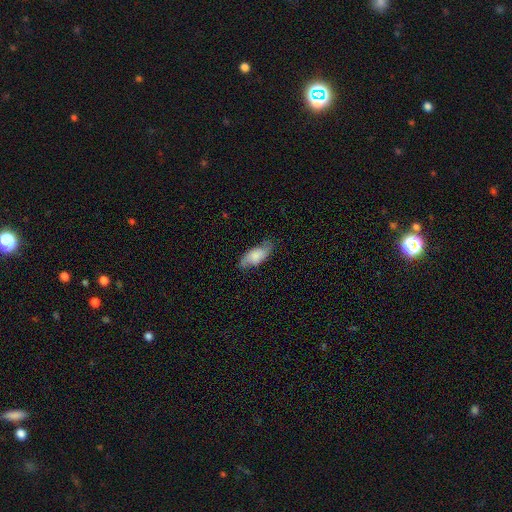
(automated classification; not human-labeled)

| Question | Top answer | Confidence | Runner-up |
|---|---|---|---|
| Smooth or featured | smooth | 64% | featured or disk (28%) |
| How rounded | in between | 85% | cigar-shaped (13%) |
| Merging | none | 71% | minor disturbance (22%) |